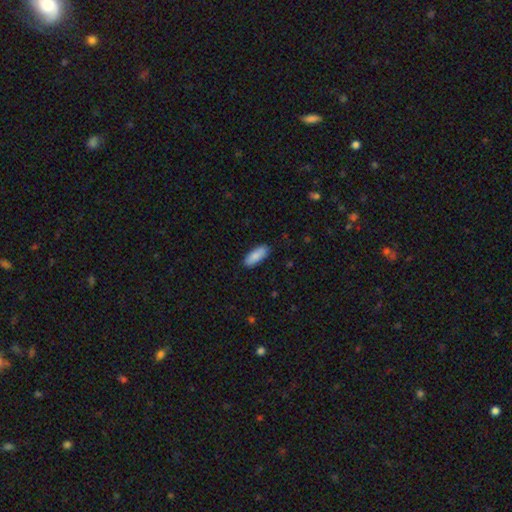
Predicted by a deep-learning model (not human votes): smooth 88%, featured or disk 7%, star or artifact 6%. Down the decision tree: how rounded — in between (69%); merging — none (87%).